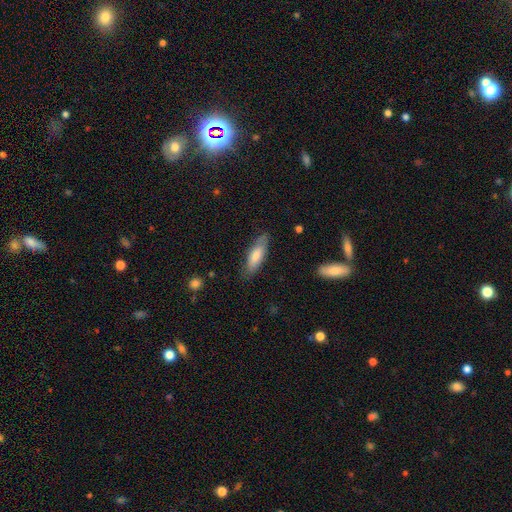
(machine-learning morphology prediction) A smooth galaxy with no disk features (72%) that is in between round and cigar-shaped (52%).

Vote fractions:
- Smooth or featured? smooth: 72% / featured or disk: 23% / star or artifact: 6%
- How rounded? in between: 52% / cigar-shaped: 47% / round: 2%
- Merging? none: 78% / minor disturbance: 17% / major disturbance: 4% / merger: 1%